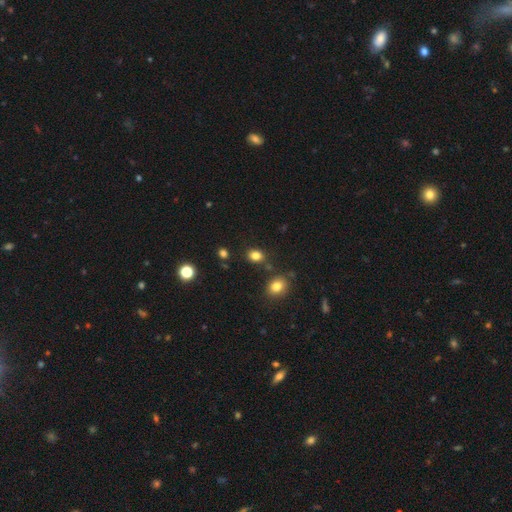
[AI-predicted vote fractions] Smooth or featured?
  - smooth: 82% *
  - star or artifact: 13%
  - featured or disk: 5%
How rounded?
  - round: 51% *
  - in between: 48%
  - cigar-shaped: 1%
Merging?
  - none: 82% *
  - minor disturbance: 10%
  - merger: 5%
  - major disturbance: 3%